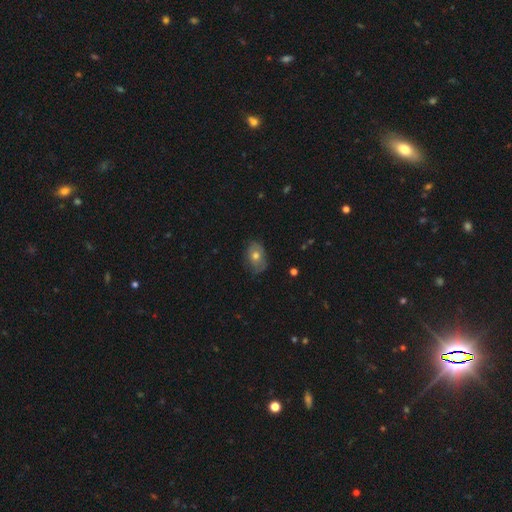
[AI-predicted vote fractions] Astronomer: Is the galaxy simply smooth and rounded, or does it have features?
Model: smooth — 63%.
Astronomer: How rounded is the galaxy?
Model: in between — 75%.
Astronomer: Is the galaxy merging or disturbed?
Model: none — 68%.